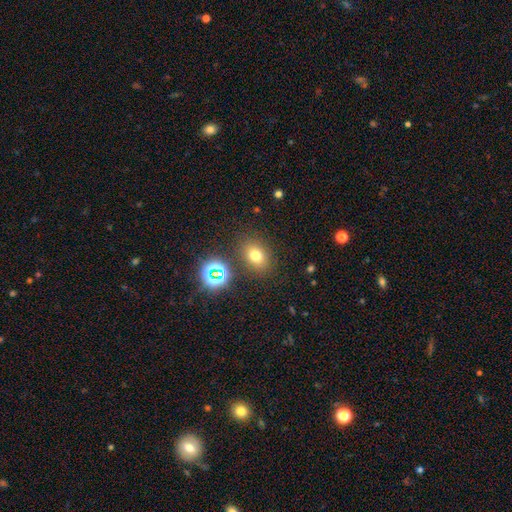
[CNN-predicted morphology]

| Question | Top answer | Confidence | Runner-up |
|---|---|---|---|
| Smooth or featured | smooth | 70% | star or artifact (20%) |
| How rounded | in between | 54% | round (44%) |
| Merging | none | 81% | minor disturbance (10%) |